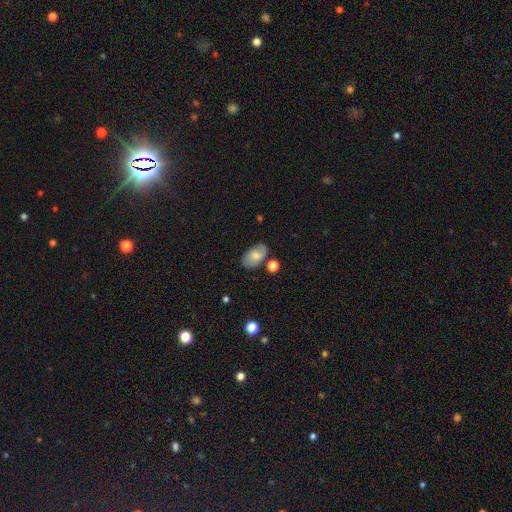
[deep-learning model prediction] This appears to be a smooth galaxy with no disk features (62%) that is in between round and cigar-shaped (91%). Merging: none (69%).